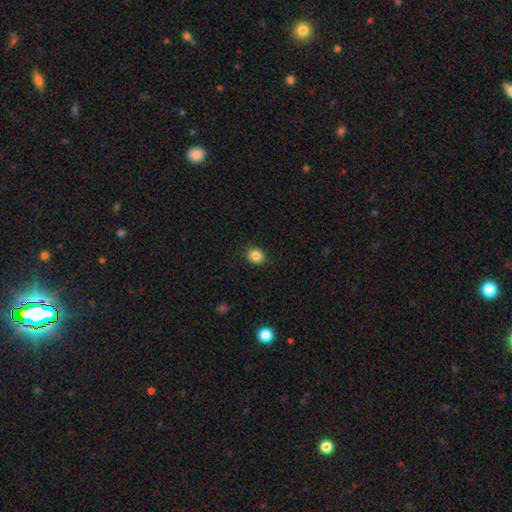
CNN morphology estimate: smooth 85%, star or artifact 11%, featured or disk 4%. Down the decision tree: how rounded — round (69%); merging — none (90%).